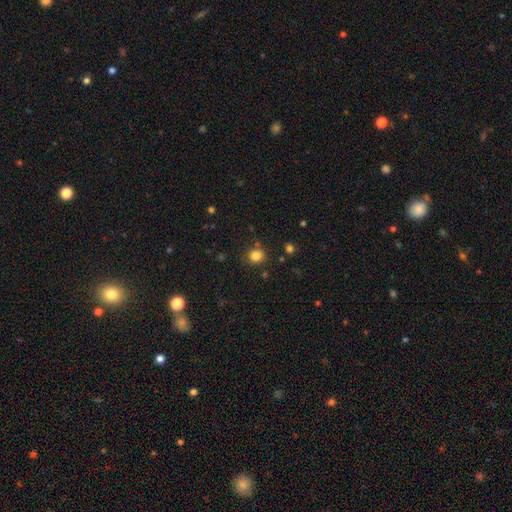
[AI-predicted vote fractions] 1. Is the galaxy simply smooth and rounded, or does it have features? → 82% smooth, 13% star or artifact, 5% featured or disk.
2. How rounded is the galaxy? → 86% round, 13% in between, 1% cigar-shaped.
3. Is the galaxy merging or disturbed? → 84% none, 9% minor disturbance, 5% merger, 3% major disturbance.